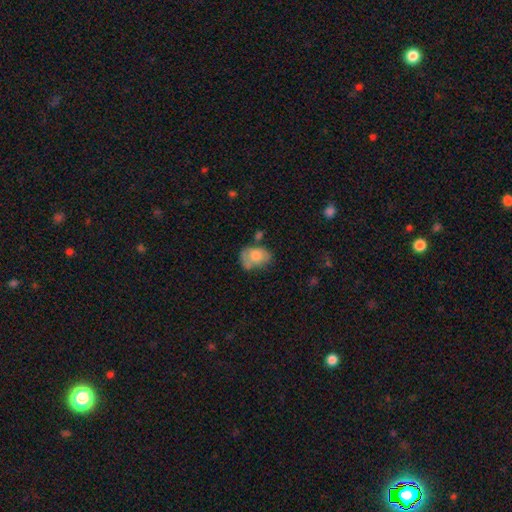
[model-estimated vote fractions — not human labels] Overall: smooth (67%). How rounded: in between (74%). Merging: none (42%; minor disturbance 30%).